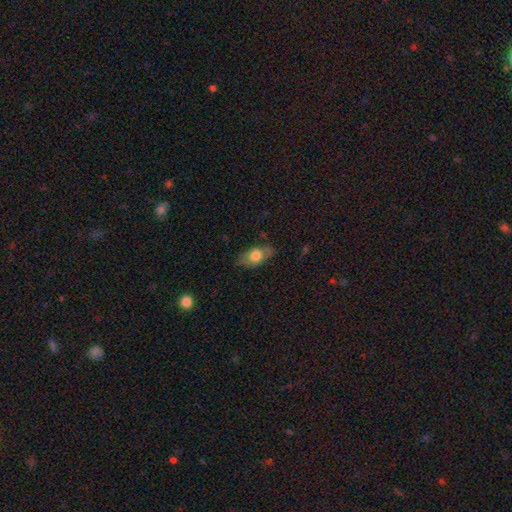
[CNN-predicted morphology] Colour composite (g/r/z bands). It shows a smooth galaxy with no disk features (64%) that is in between round and cigar-shaped (85%). Merging: none (77%).